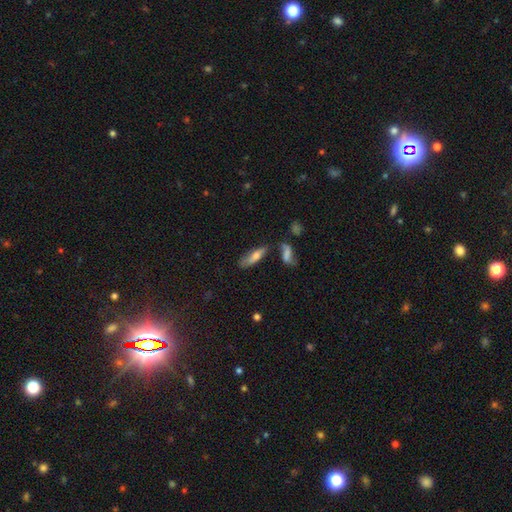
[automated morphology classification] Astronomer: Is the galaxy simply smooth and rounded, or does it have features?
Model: smooth — 61%.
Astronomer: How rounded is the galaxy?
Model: cigar-shaped — 52% (runner-up: in between, 46%).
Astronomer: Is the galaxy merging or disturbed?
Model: none — 54%.